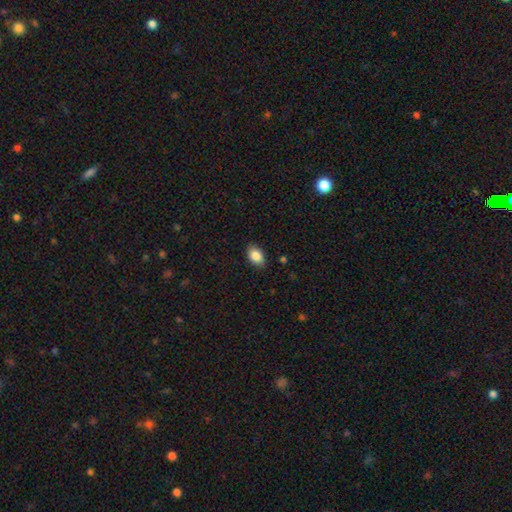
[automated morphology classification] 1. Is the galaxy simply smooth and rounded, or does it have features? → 87% smooth, 7% star or artifact, 5% featured or disk.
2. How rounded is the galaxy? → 88% in between, 10% round, 1% cigar-shaped.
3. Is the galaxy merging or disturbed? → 86% none, 11% minor disturbance, 2% major disturbance, 1% merger.